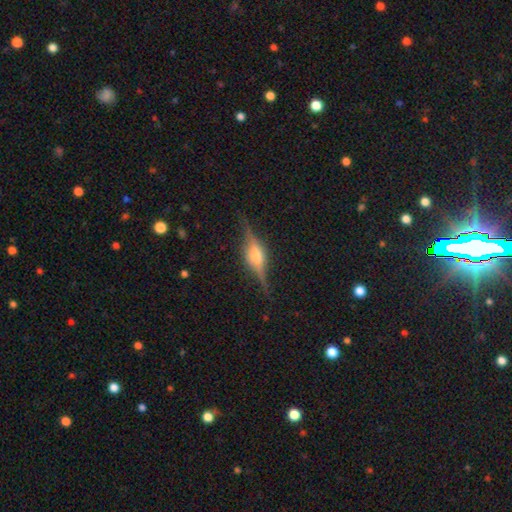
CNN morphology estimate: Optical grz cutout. It shows a featured or disk galaxy (81%) viewed edge-on (97%) with a rounded central bulge (84%). Merging: none (85%).